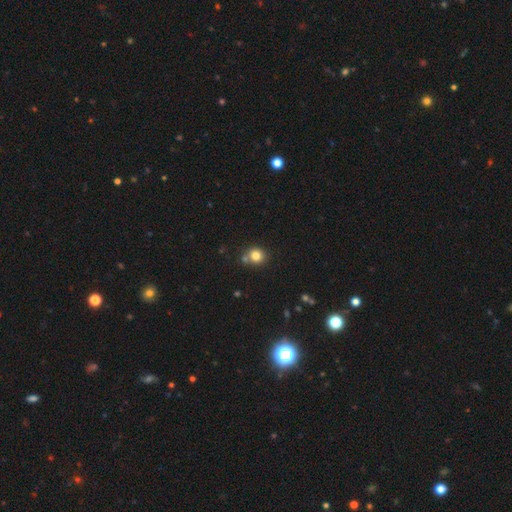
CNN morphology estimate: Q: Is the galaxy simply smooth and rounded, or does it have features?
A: smooth — 81%.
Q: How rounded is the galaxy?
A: round — 84%.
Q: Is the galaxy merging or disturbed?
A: none — 70%.